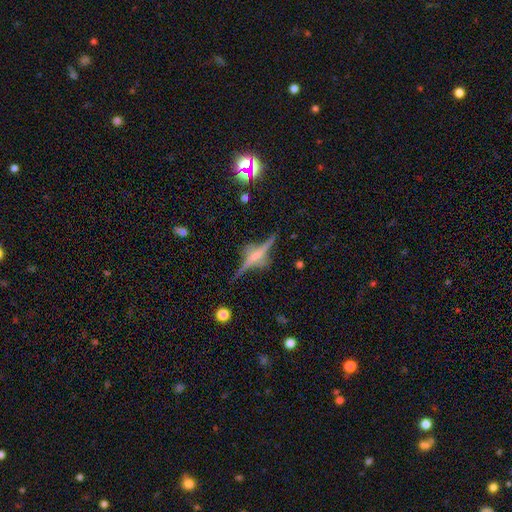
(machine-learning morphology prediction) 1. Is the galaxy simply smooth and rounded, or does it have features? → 80% featured or disk, 11% smooth, 10% star or artifact.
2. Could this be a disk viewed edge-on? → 95% yes, 5% no.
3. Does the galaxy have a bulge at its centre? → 67% rounded, 19% boxy, 15% none.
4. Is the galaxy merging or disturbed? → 79% none, 13% minor disturbance, 4% major disturbance, 4% merger.